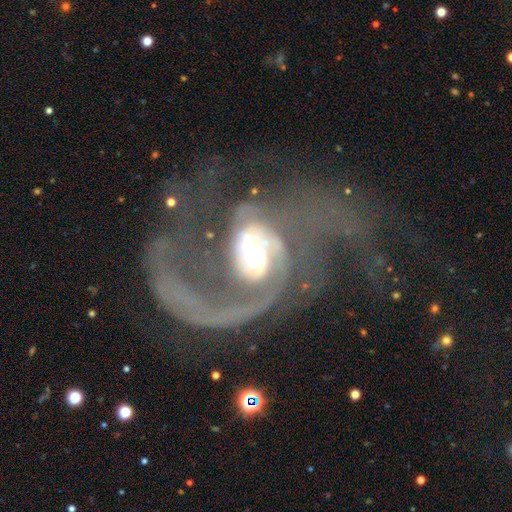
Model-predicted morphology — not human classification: This appears to be a featured or disk galaxy (88%) with no bar (47%), 1 (41%) medium (43%) spiral arms (93%) and a moderate central bulge (55%). Merging: major disturbance (56%).